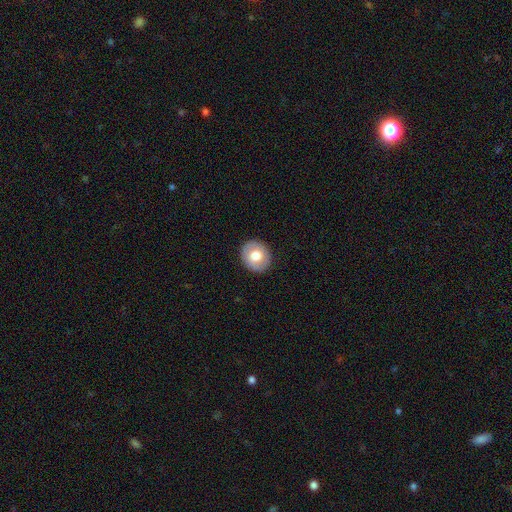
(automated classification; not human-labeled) smooth 69%, featured or disk 24%, star or artifact 7%. Down the decision tree: how rounded — round (78%); merging — none (89%).